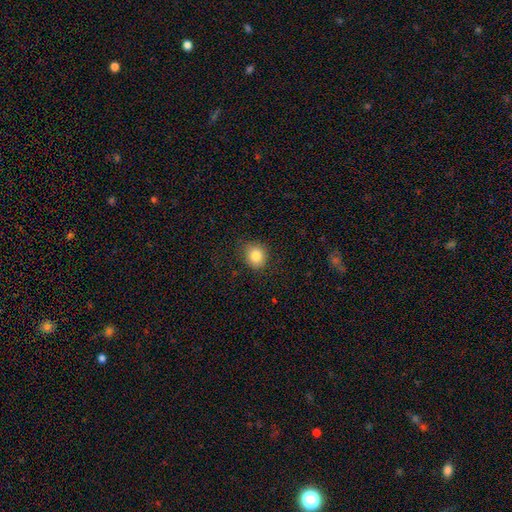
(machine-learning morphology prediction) A smooth galaxy with no disk features (84%) that is round (73%).

Vote fractions:
- Smooth or featured? smooth: 84% / star or artifact: 10% / featured or disk: 6%
- How rounded? round: 73% / in between: 26% / cigar-shaped: 1%
- Merging? none: 83% / minor disturbance: 12% / major disturbance: 3% / merger: 1%